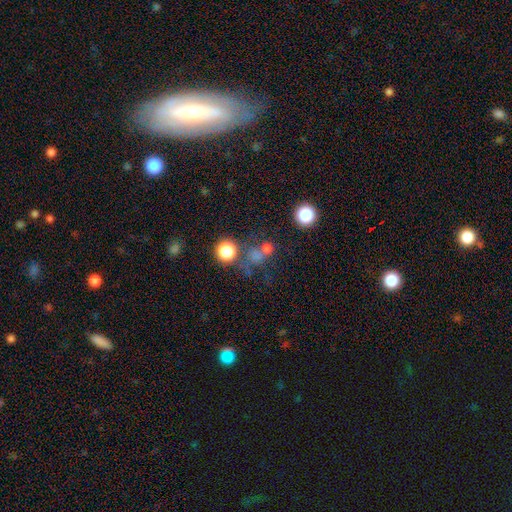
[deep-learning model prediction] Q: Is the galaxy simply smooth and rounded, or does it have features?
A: smooth — 53%.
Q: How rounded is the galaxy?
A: round — 86%.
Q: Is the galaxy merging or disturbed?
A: none — 56%.